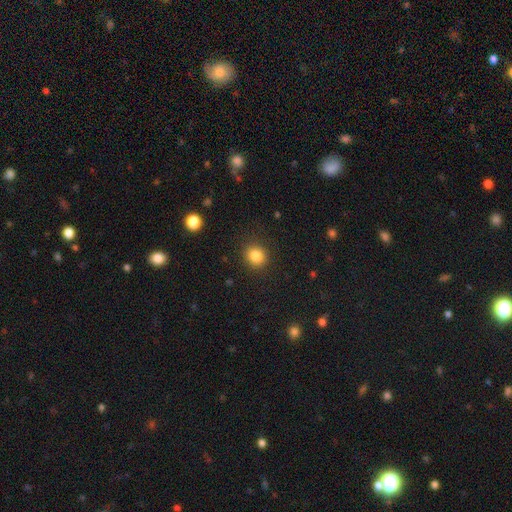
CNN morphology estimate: This is clearly a smooth galaxy (84%). How rounded: clearly round (82%). Merging: clearly none (89%).